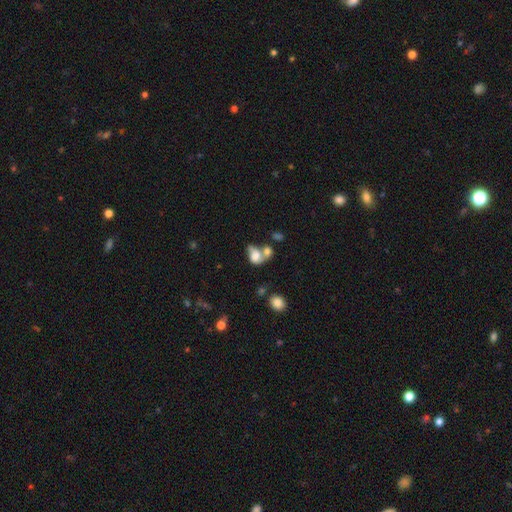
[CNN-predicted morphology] type=smooth (58%); roundness=in between (70%); merging=merger (54%).